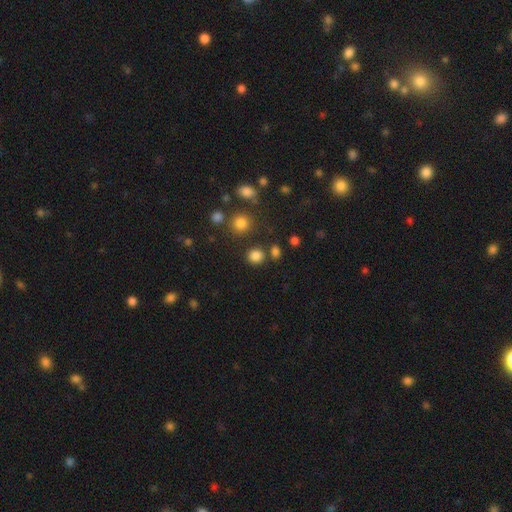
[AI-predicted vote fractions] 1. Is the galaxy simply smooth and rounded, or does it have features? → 82% smooth, 14% star or artifact, 4% featured or disk.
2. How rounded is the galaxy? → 87% round, 12% in between, 1% cigar-shaped.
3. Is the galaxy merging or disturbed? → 82% none, 8% minor disturbance, 7% merger, 3% major disturbance.